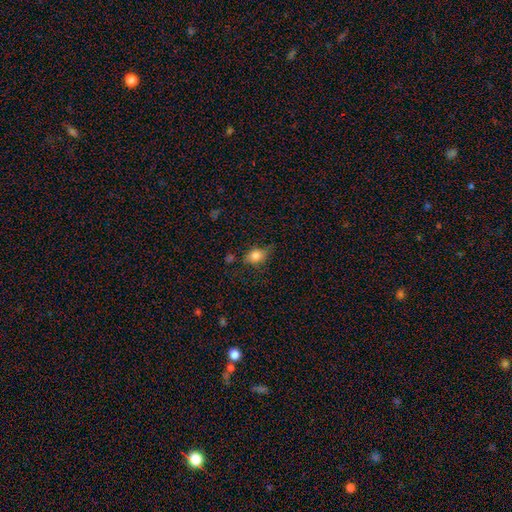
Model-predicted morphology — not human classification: The model was most divided on "how rounded": in between: 60%, round: 38%, cigar-shaped: 3%. More confident: smooth or featured — smooth (79%); merging — none (63%).